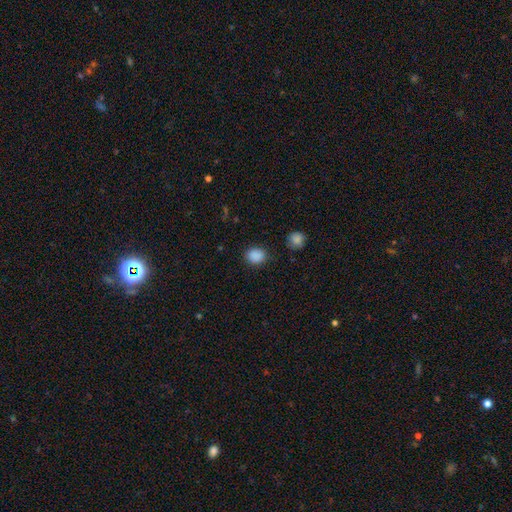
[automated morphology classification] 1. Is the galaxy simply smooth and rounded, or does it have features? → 87% smooth, 10% star or artifact, 3% featured or disk.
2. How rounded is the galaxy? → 59% round, 40% in between, 1% cigar-shaped.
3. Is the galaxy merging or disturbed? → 84% none, 11% minor disturbance, 3% major disturbance, 2% merger.